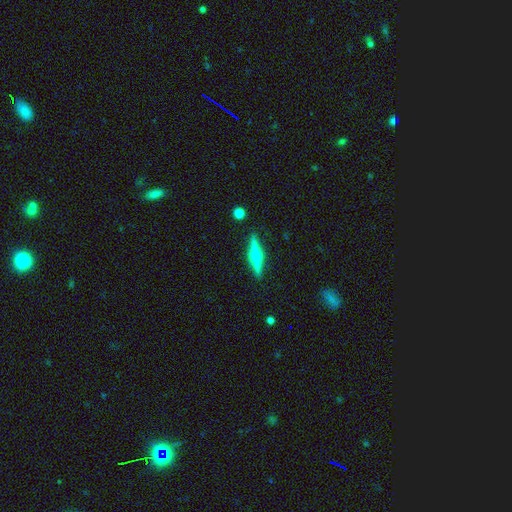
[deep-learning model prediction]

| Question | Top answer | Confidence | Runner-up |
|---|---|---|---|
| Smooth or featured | featured or disk | 77% | smooth (18%) |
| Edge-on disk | yes | 98% | no (2%) |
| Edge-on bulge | rounded | 96% | boxy (2%) |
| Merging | none | 91% | minor disturbance (7%) |